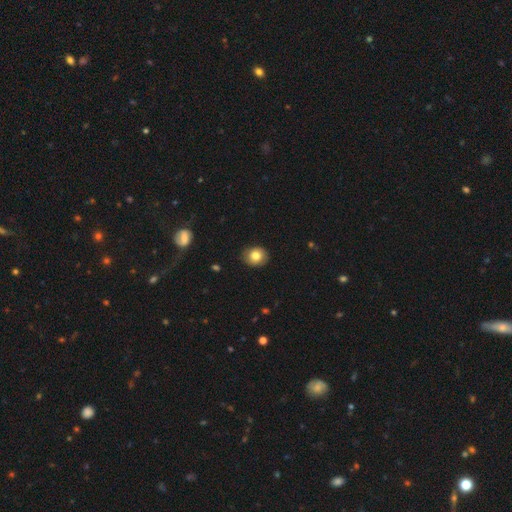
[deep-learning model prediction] The model was most divided on "how rounded": round: 69%, in between: 30%, cigar-shaped: 1%. More confident: merging — none (87%); smooth or featured — smooth (80%).